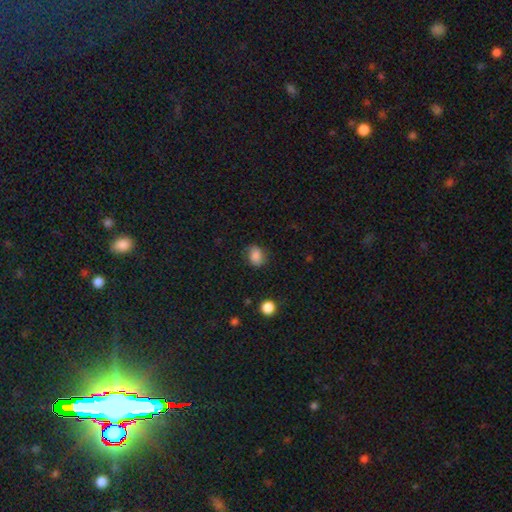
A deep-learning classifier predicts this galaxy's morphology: This is clearly a smooth galaxy (84%). How rounded: possibly in between (59%). Merging: likely none (74%).